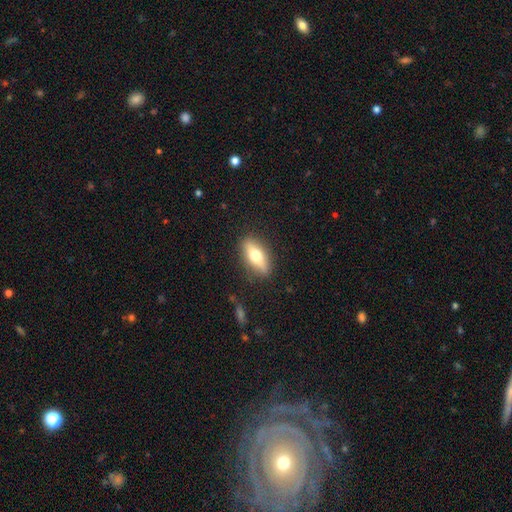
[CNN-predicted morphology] Q: Smooth or featured?
A: smooth (56%); runner-up: featured or disk (38%)
Q: How rounded?
A: in between (66%); runner-up: cigar-shaped (29%)
Q: Merging?
A: none (86%); runner-up: minor disturbance (10%)